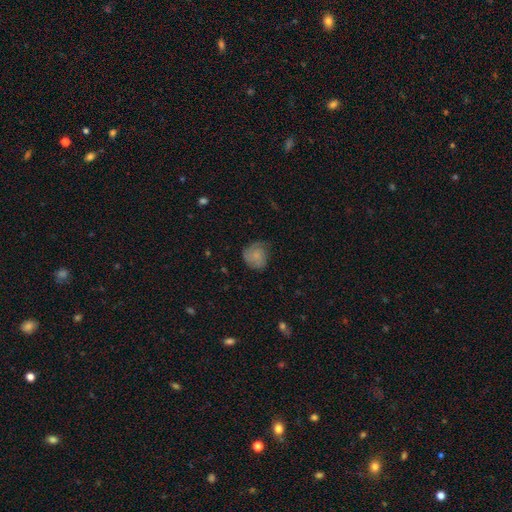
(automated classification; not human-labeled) Smooth or featured: smooth — 62% (featured or disk — 30%)
How rounded: round — 74% (in between — 25%)
Merging: none — 53% (minor disturbance — 31%)